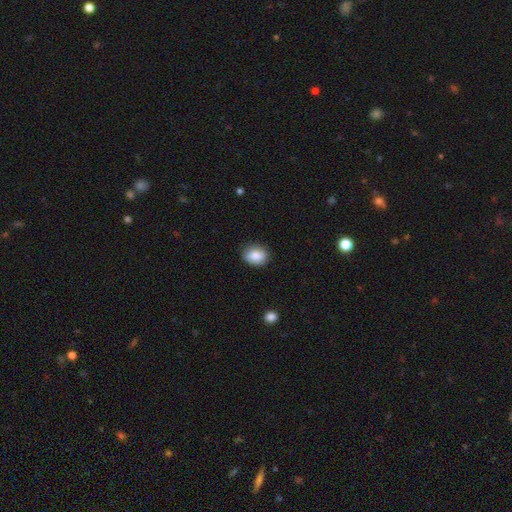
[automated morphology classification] Smooth or featured? smooth (87%)
How rounded? in between (54%)
Merging? none (83%)